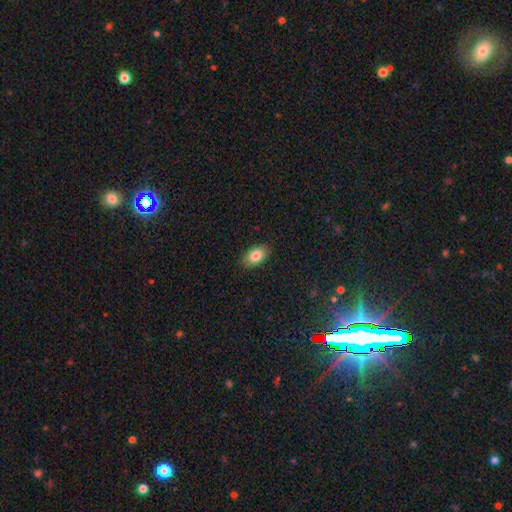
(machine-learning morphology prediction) type=smooth (83%); roundness=in between (91%); merging=none (88%).